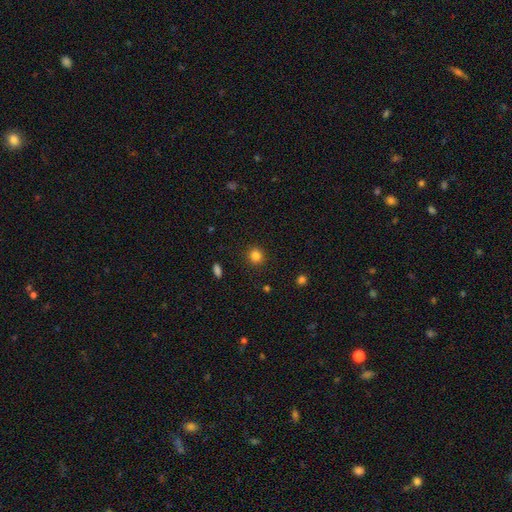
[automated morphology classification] Smooth or featured: smooth — 84% (star or artifact — 12%)
How rounded: round — 88% (in between — 11%)
Merging: none — 90% (minor disturbance — 6%)